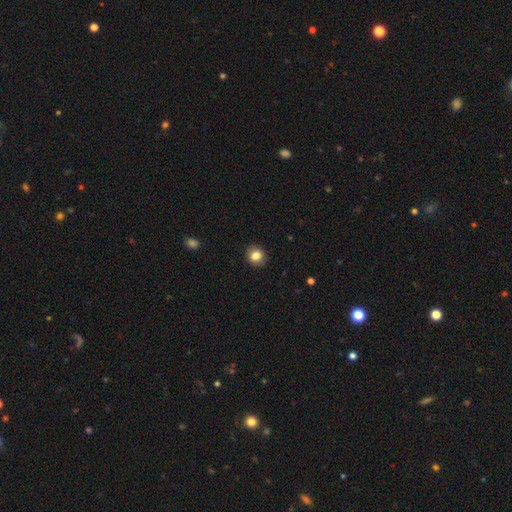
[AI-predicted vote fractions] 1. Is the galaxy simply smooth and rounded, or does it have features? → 84% smooth, 10% star or artifact, 6% featured or disk.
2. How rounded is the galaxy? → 80% round, 20% in between, 1% cigar-shaped.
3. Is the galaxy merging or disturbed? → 90% none, 7% minor disturbance, 2% major disturbance, 1% merger.